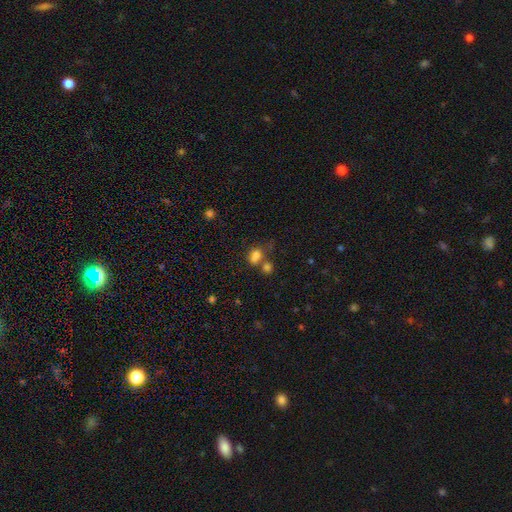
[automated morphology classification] smooth 75%, star or artifact 16%, featured or disk 10%. Down the decision tree: how rounded — in between (58%); merging — merger (42%).